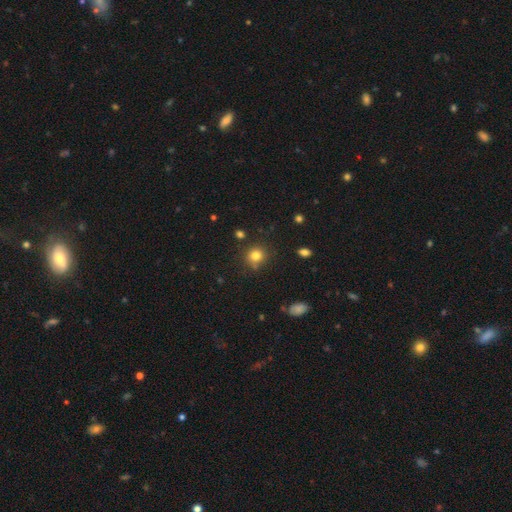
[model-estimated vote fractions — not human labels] smooth-or-featured: smooth: 81% | star or artifact: 13% | featured or disk: 6%
  how-rounded: round: 83% | in between: 16% | cigar-shaped: 1%
  merging: none: 79% | minor disturbance: 13% | merger: 5% | major disturbance: 4%